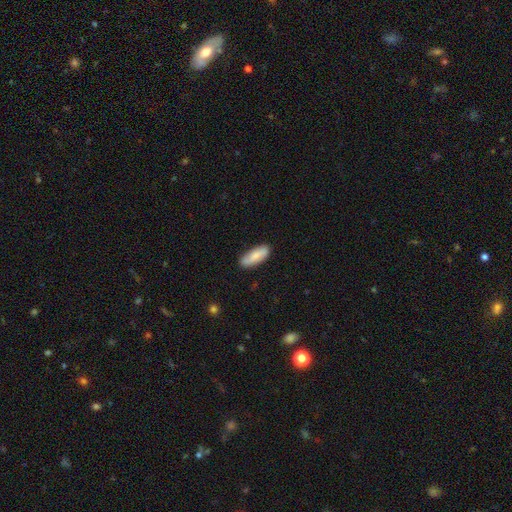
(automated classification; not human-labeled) Smooth or featured?
  - smooth: 78% *
  - featured or disk: 17%
  - star or artifact: 5%
How rounded?
  - in between: 70% *
  - cigar-shaped: 28%
  - round: 2%
Merging?
  - none: 85% *
  - minor disturbance: 12%
  - major disturbance: 2%
  - merger: 1%